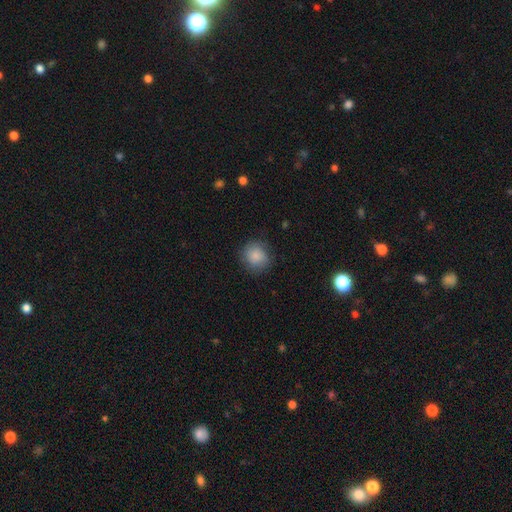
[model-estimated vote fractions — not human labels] smooth 85%, star or artifact 8%, featured or disk 8%. Down the decision tree: how rounded — round (86%); merging — none (80%).